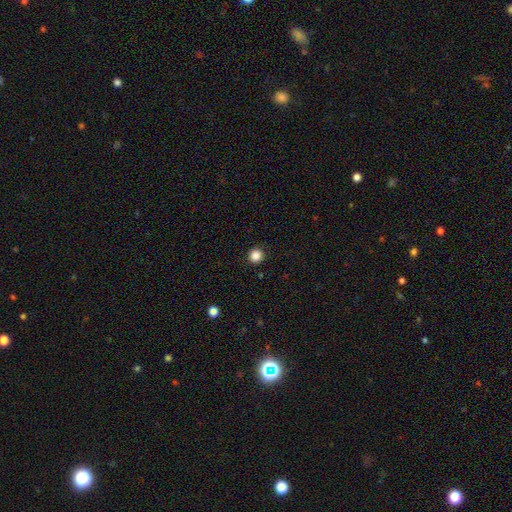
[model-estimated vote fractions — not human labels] Q: Smooth or featured?
A: smooth (86%); runner-up: star or artifact (11%)
Q: How rounded?
A: round (96%); runner-up: in between (3%)
Q: Merging?
A: none (93%); runner-up: minor disturbance (4%)